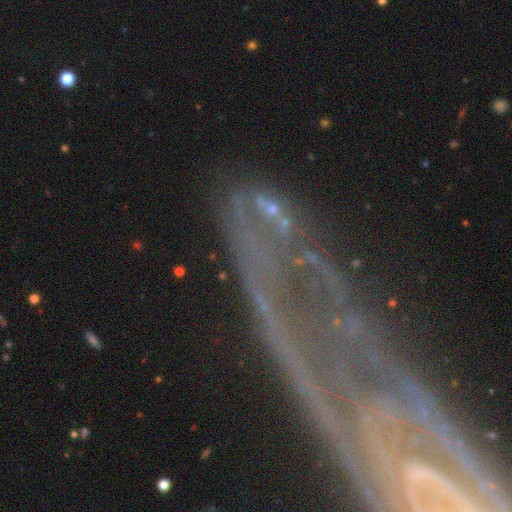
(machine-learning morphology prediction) Smooth or featured? Predicted: featured or disk (p=0.48). Merging? Predicted: none (p=0.59).